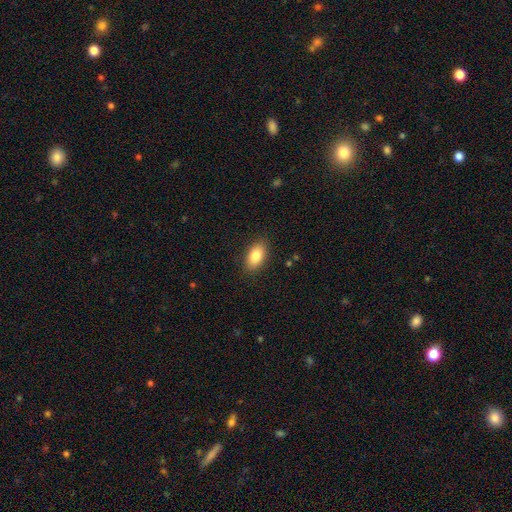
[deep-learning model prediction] Smooth or featured?
  - smooth: 85% *
  - featured or disk: 7%
  - star or artifact: 7%
How rounded?
  - in between: 91% *
  - round: 4%
  - cigar-shaped: 4%
Merging?
  - none: 87% *
  - minor disturbance: 9%
  - major disturbance: 3%
  - merger: 1%